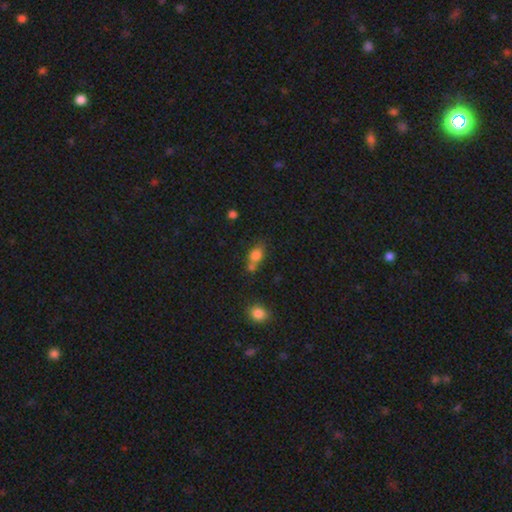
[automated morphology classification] Smooth or featured? smooth (78%)
How rounded? in between (63%)
Merging? merger (41%)